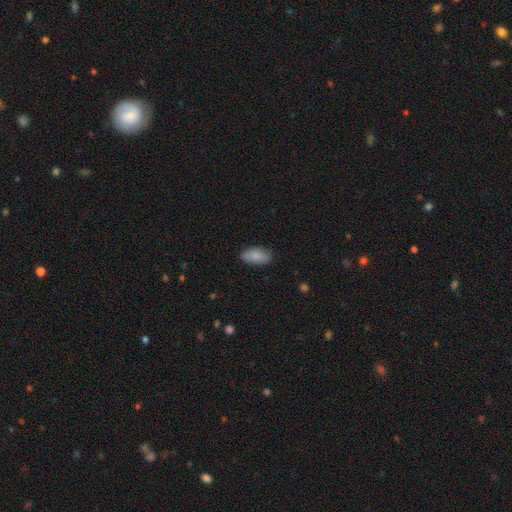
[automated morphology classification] A smooth galaxy with no disk features (87%) that is in between round and cigar-shaped (93%).

Vote fractions:
- Smooth or featured? smooth: 87% / featured or disk: 7% / star or artifact: 6%
- How rounded? in between: 93% / cigar-shaped: 5% / round: 3%
- Merging? none: 85% / minor disturbance: 11% / major disturbance: 2% / merger: 1%